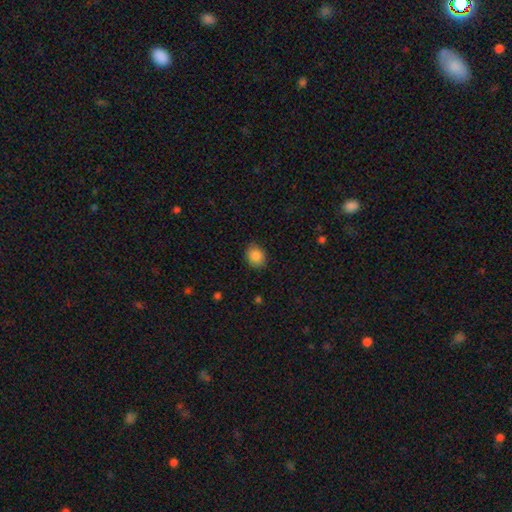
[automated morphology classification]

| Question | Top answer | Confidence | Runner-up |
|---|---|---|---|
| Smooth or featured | smooth | 86% | star or artifact (9%) |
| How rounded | round | 57% | in between (42%) |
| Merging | none | 86% | minor disturbance (11%) |